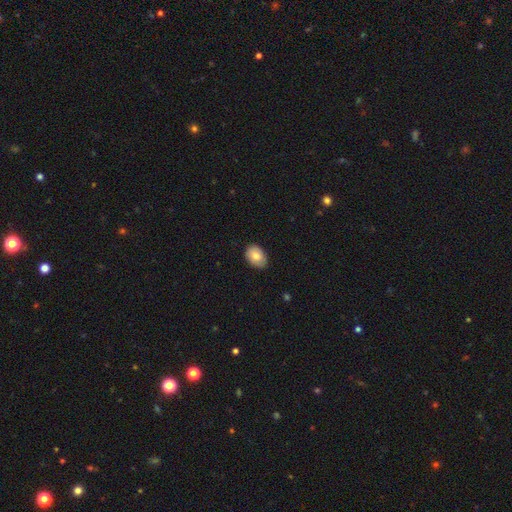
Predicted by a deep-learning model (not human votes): Smooth or featured?
  - smooth: 80% *
  - featured or disk: 13%
  - star or artifact: 7%
How rounded?
  - in between: 81% *
  - round: 18%
  - cigar-shaped: 1%
Merging?
  - none: 82% *
  - minor disturbance: 15%
  - major disturbance: 2%
  - merger: 1%